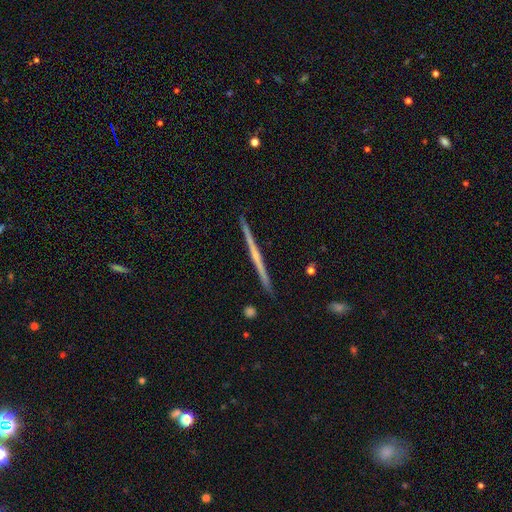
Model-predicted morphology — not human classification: Smooth or featured?
  - featured or disk: 72% *
  - smooth: 23%
  - star or artifact: 5%
Edge-on disk?
  - yes: 99% *
  - no: 1%
Edge-on bulge?
  - none: 64% *
  - rounded: 29%
  - boxy: 7%
Merging?
  - none: 93% *
  - minor disturbance: 5%
  - merger: 1%
  - major disturbance: 1%